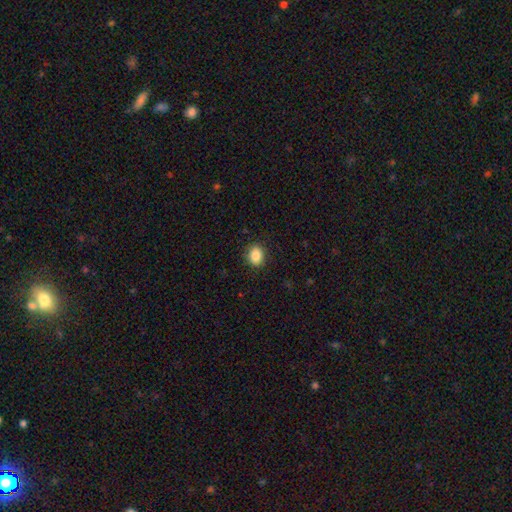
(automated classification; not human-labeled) Smooth or featured? Predicted: smooth (p=0.86). How rounded? Predicted: round (p=0.57). Merging? Predicted: none (p=0.88).